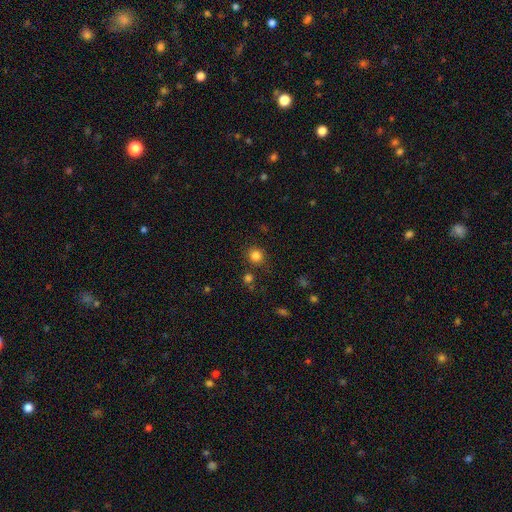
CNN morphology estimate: This appears to be a smooth galaxy with no disk features (83%) that is round (90%). Merging: none (85%).